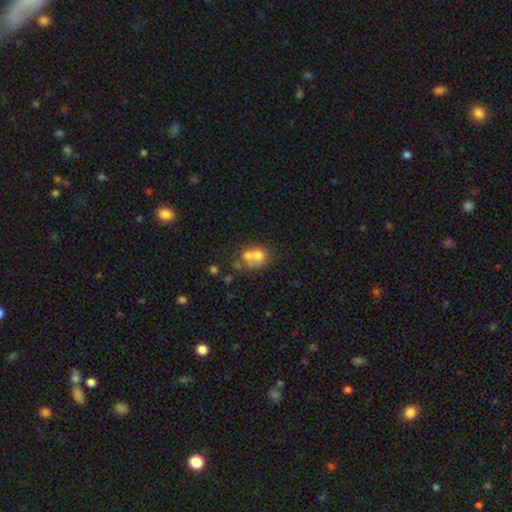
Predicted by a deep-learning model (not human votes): This is likely a smooth galaxy (64%). How rounded: likely round (65%). Merging: possibly merger (53%).